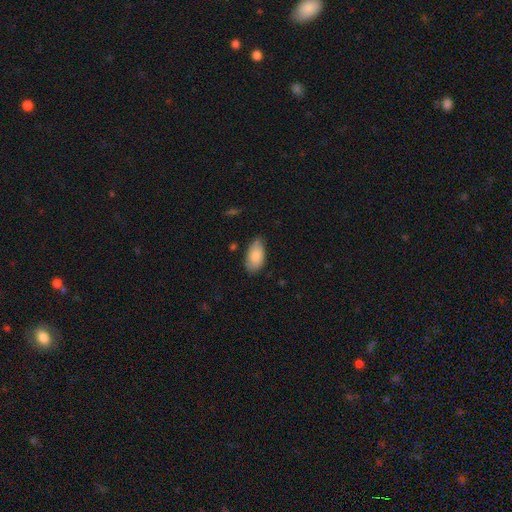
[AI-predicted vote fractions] This appears to be a smooth galaxy with no disk features (84%) that is in between round and cigar-shaped (94%). Merging: none (72%).